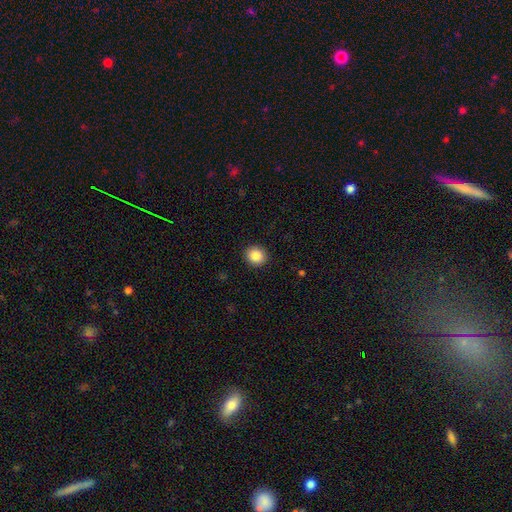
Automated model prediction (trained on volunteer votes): A smooth galaxy with no disk features (87%) that is round (85%).

Vote fractions:
- Smooth or featured? smooth: 87% / star or artifact: 9% / featured or disk: 4%
- How rounded? round: 85% / in between: 15% / cigar-shaped: 1%
- Merging? none: 92% / minor disturbance: 5% / major disturbance: 2% / merger: 1%